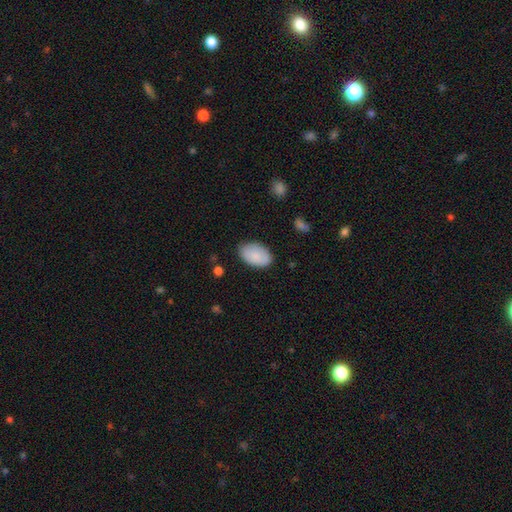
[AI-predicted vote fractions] Q: Smooth or featured?
A: smooth (86%); runner-up: featured or disk (8%)
Q: How rounded?
A: in between (93%); runner-up: round (6%)
Q: Merging?
A: none (83%); runner-up: minor disturbance (13%)